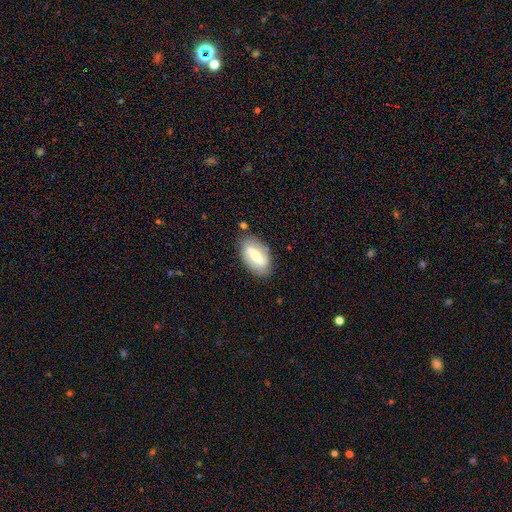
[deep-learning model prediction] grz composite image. It shows a featured or disk galaxy (49%). Merging: none (82%).